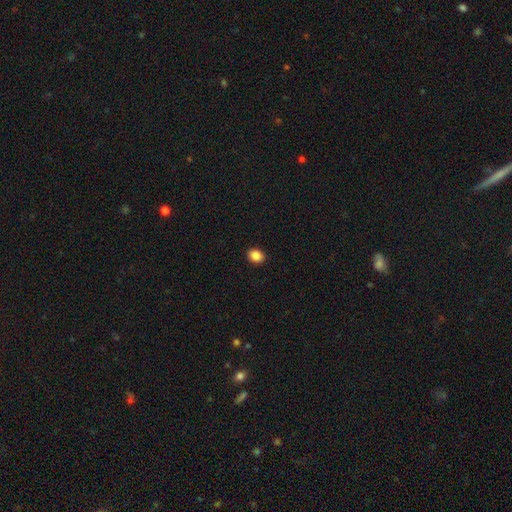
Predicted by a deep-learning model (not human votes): Smooth or featured? Predicted: smooth (p=0.87). How rounded? Predicted: round (p=0.54). Merging? Predicted: none (p=0.92).